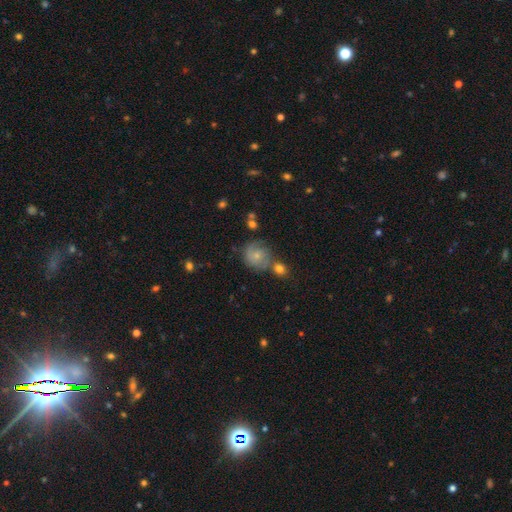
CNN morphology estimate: smooth 50%, featured or disk 41%, star or artifact 10%. Down the decision tree: merging — none (53%).